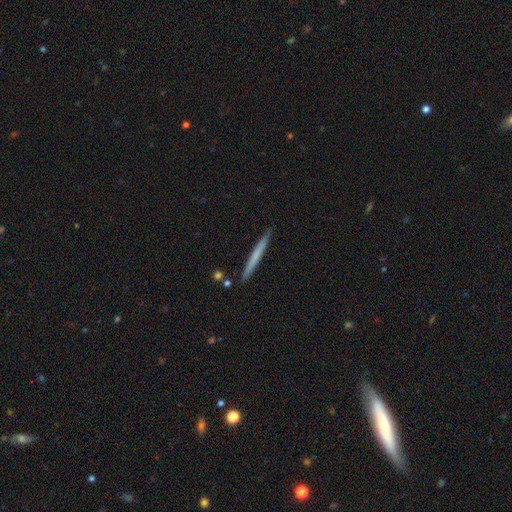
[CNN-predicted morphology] smooth-or-featured: smooth: 59% | featured or disk: 36% | star or artifact: 5%
  how-rounded: cigar-shaped: 97% | in between: 2% | round: 1%
  merging: none: 91% | minor disturbance: 6% | merger: 2% | major disturbance: 1%